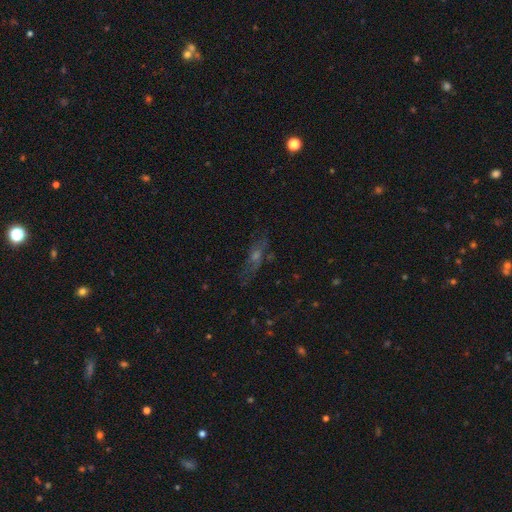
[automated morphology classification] This is marginally a featured or disk galaxy (43%). Merging: likely none (69%).